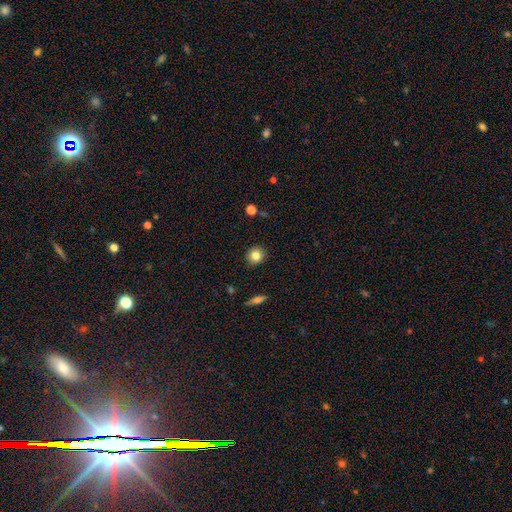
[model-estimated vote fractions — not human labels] Smooth or featured? smooth (82%)
How rounded? round (83%)
Merging? none (89%)